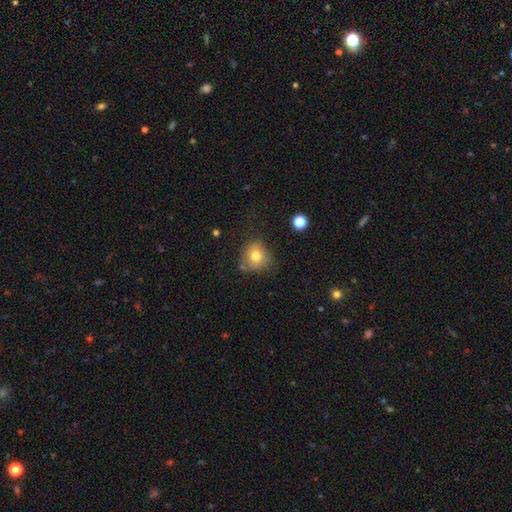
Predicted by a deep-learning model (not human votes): Smooth or featured: smooth — 77% (featured or disk — 12%)
How rounded: round — 81% (in between — 18%)
Merging: none — 66% (minor disturbance — 22%)